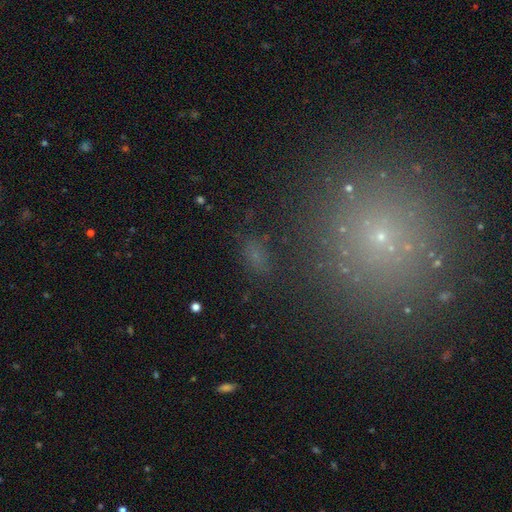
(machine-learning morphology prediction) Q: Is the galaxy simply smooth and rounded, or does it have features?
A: smooth — 49%.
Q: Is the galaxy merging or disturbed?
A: none — 68%.